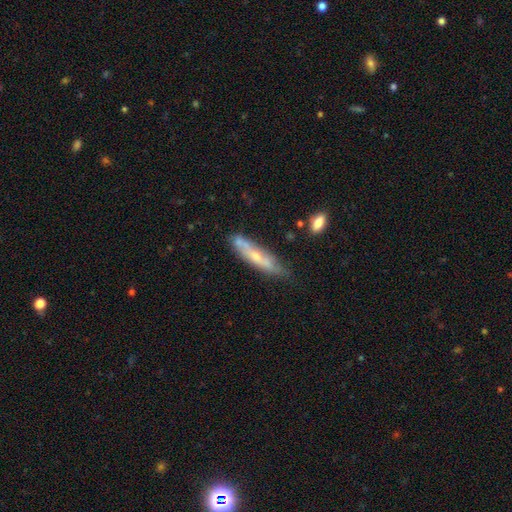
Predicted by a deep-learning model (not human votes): Q: Smooth or featured?
A: featured or disk (53%); runner-up: smooth (40%)
Q: Edge-on disk?
A: yes (69%); runner-up: no (31%)
Q: Merging?
A: none (65%); runner-up: minor disturbance (25%)